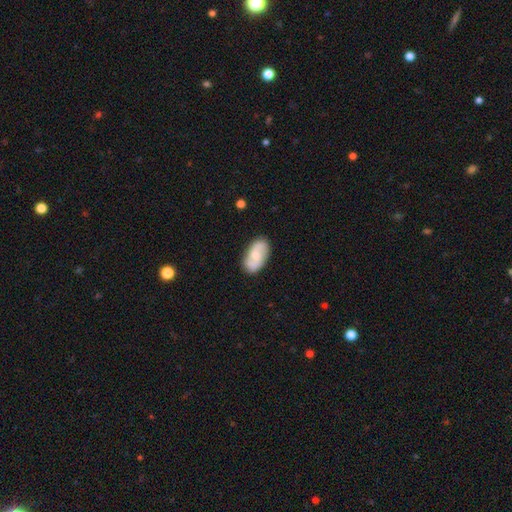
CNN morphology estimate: Smooth or featured? featured or disk (52%)
Edge-on disk? no (95%)
Merging? none (78%)